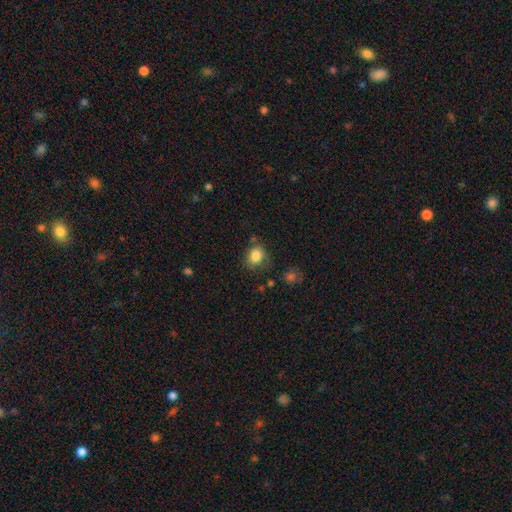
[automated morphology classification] Smooth or featured: smooth — 84% (star or artifact — 10%)
How rounded: round — 58% (in between — 41%)
Merging: none — 68% (minor disturbance — 20%)